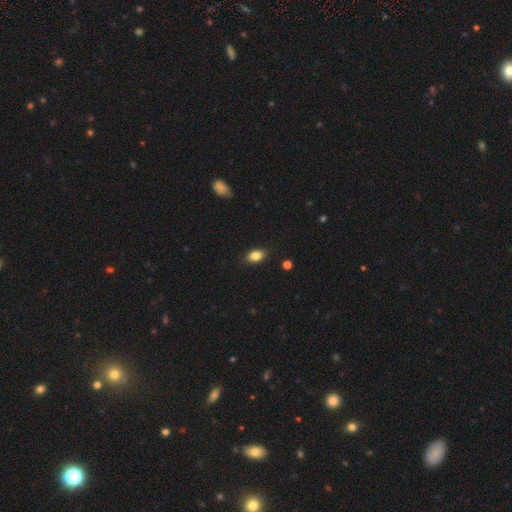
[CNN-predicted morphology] A smooth galaxy with no disk features (83%) that is in between round and cigar-shaped (87%).

Vote fractions:
- Smooth or featured? smooth: 83% / star or artifact: 9% / featured or disk: 8%
- How rounded? in between: 87% / round: 10% / cigar-shaped: 4%
- Merging? none: 85% / minor disturbance: 12% / major disturbance: 2% / merger: 1%